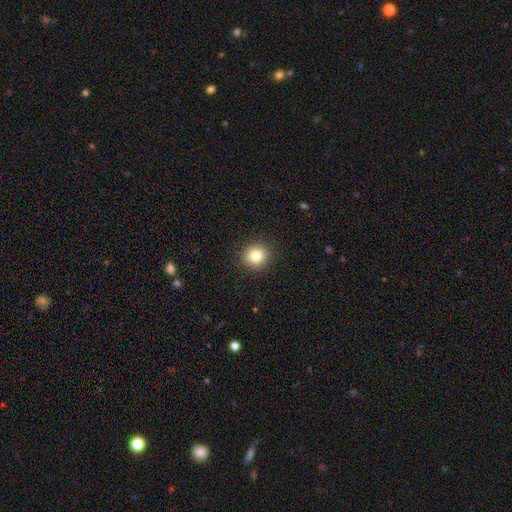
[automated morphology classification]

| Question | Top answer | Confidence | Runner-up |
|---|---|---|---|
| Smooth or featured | smooth | 82% | star or artifact (11%) |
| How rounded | round | 92% | in between (7%) |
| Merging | none | 91% | minor disturbance (6%) |